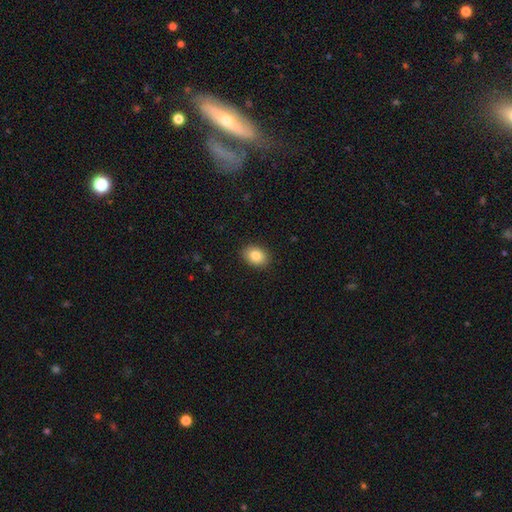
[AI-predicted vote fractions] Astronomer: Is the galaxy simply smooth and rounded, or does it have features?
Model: smooth — 85%.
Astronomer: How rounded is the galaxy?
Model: in between — 69%.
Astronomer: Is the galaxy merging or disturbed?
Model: none — 89%.